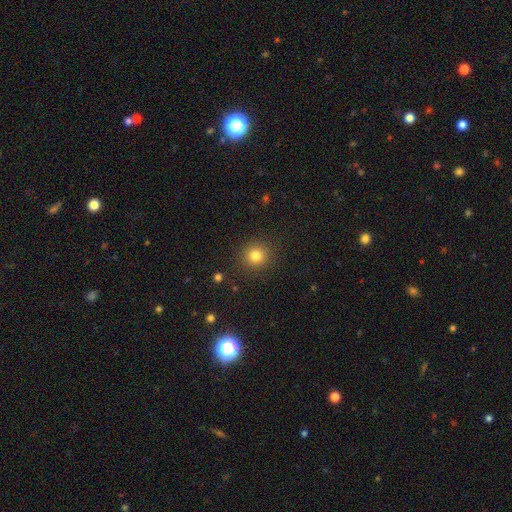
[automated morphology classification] Smooth or featured? smooth (82%)
How rounded? round (91%)
Merging? none (90%)